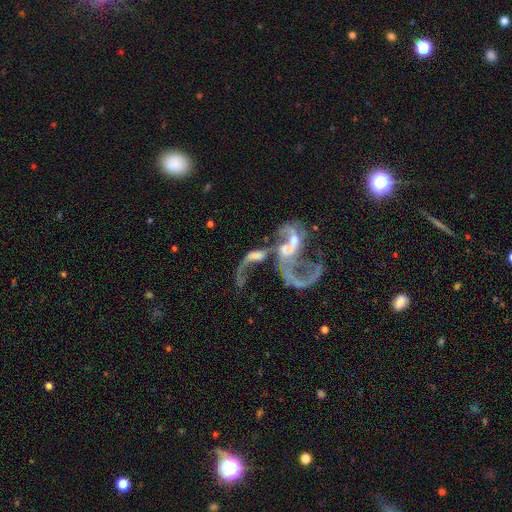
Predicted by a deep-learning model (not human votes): The model was most divided on "bulge size": none: 35%, moderate: 29%, small: 22%, large: 12%, dominant: 3%. More confident: edge-on disk — no (94%); merging — merger (73%); smooth or featured — featured or disk (70%); bar — no (66%); spiral arms — yes (61%).